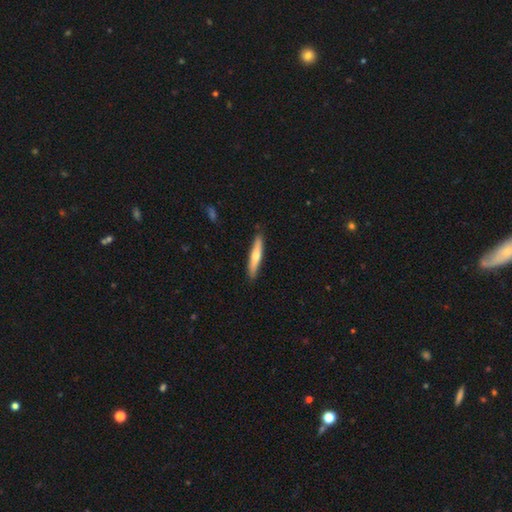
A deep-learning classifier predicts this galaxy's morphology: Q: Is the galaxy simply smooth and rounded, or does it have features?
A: smooth — 55%.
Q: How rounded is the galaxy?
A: cigar-shaped — 91%.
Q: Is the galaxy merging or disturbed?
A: none — 89%.